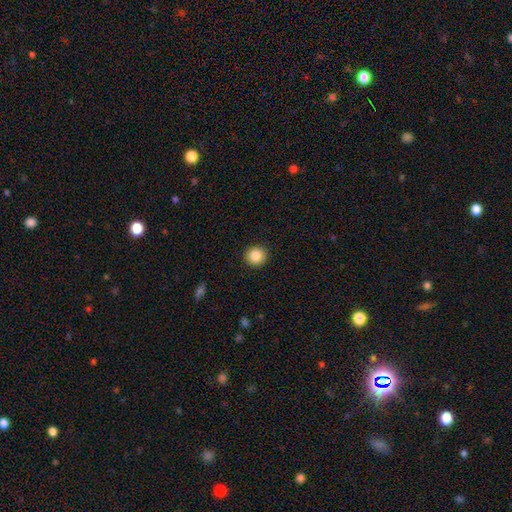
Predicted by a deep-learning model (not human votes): This is clearly a smooth galaxy (86%). How rounded: clearly round (91%). Merging: clearly none (92%).